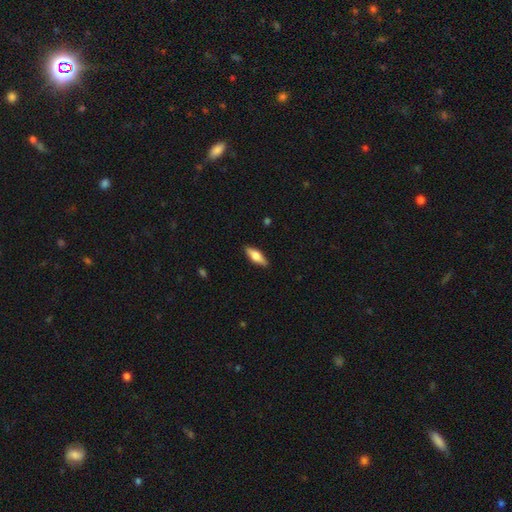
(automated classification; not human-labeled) Smooth or featured: smooth — 56% (featured or disk — 37%)
How rounded: in between — 60% (cigar-shaped — 37%)
Merging: none — 88% (minor disturbance — 9%)